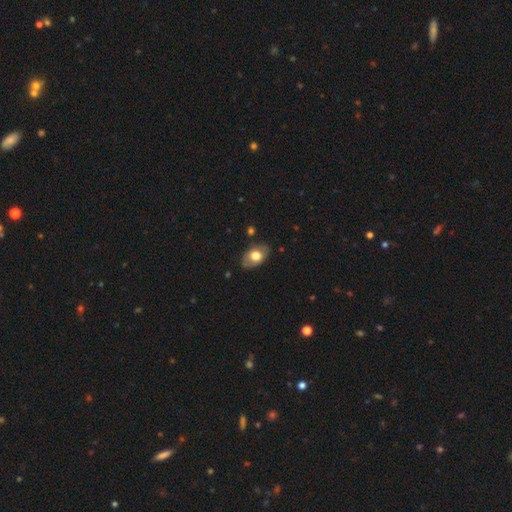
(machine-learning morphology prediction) smooth_or_featured: smooth (p=0.68) [alt: featured or disk p=0.25]
how_rounded: in between (p=0.88) [alt: round p=0.11]
merging: none (p=0.79) [alt: minor disturbance p=0.16]